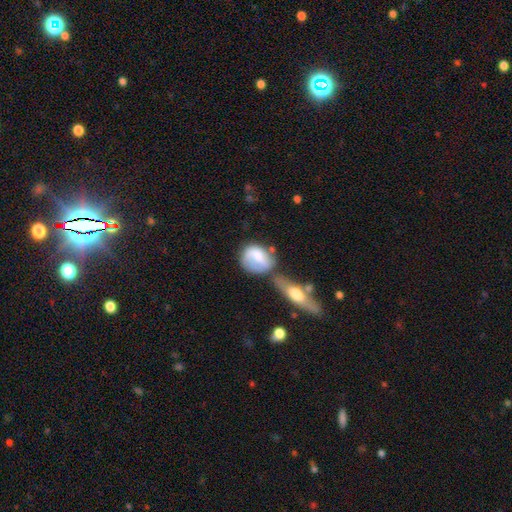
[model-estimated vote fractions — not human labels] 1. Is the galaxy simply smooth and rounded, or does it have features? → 57% smooth, 36% featured or disk, 7% star or artifact.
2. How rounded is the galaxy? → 53% round, 45% in between, 2% cigar-shaped.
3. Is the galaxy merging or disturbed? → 37% merger, 28% none, 19% minor disturbance, 15% major disturbance.